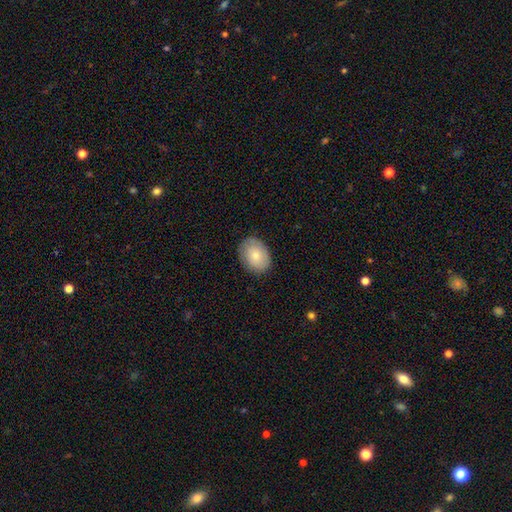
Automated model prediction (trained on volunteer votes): A smooth galaxy with no disk features (77%) that is in between round and cigar-shaped (70%). Merging: none (84%).